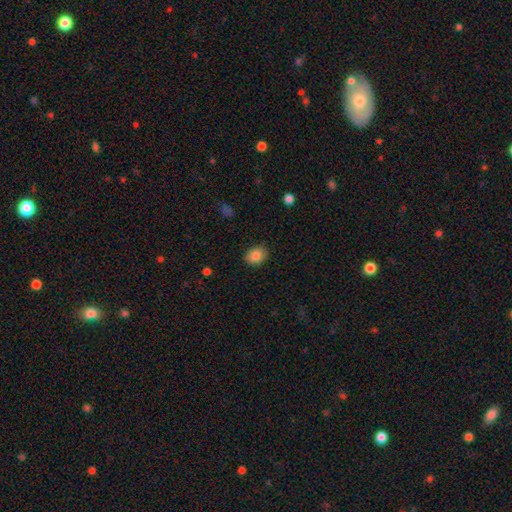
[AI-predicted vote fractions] smooth 86%, star or artifact 8%, featured or disk 6%. Down the decision tree: how rounded — in between (53%); merging — none (82%).